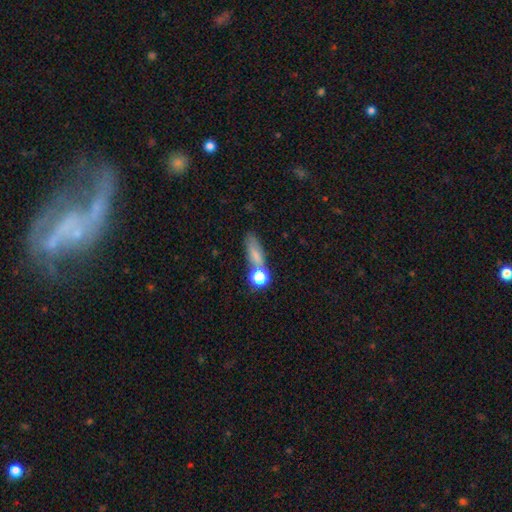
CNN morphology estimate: smooth-or-featured: smooth: 71% | star or artifact: 15% | featured or disk: 14%
  how-rounded: in between: 48% | cigar-shaped: 34% | round: 17%
  merging: none: 48% | merger: 27% | minor disturbance: 15% | major disturbance: 10%